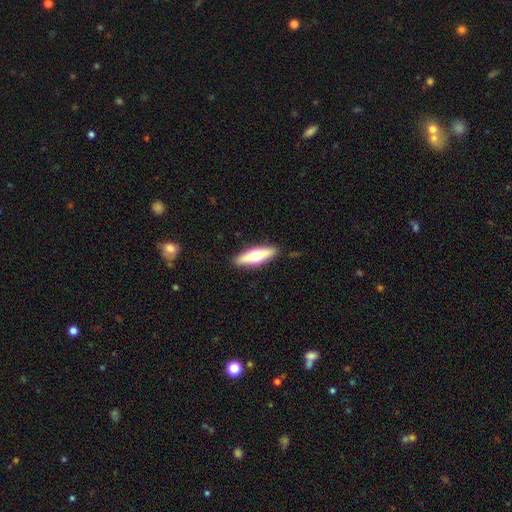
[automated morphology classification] Overall: smooth (52%; featured or disk 42%). How rounded: cigar-shaped (63%; in between 35%). Merging: none (89%).